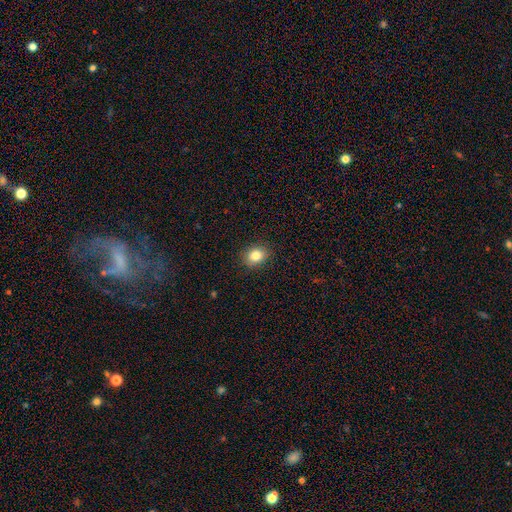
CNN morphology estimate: Smooth or featured: smooth — 84% (star or artifact — 10%)
How rounded: in between — 50% (round — 49%)
Merging: none — 89% (minor disturbance — 8%)